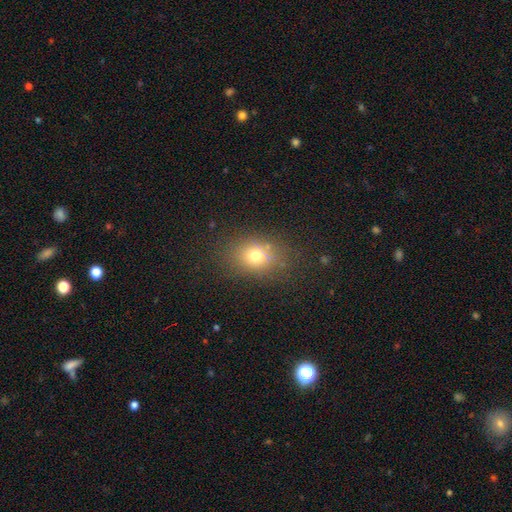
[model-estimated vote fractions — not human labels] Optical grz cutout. It shows a smooth galaxy with no disk features (73%) that is in between round and cigar-shaped (56%). Merging: none (79%).